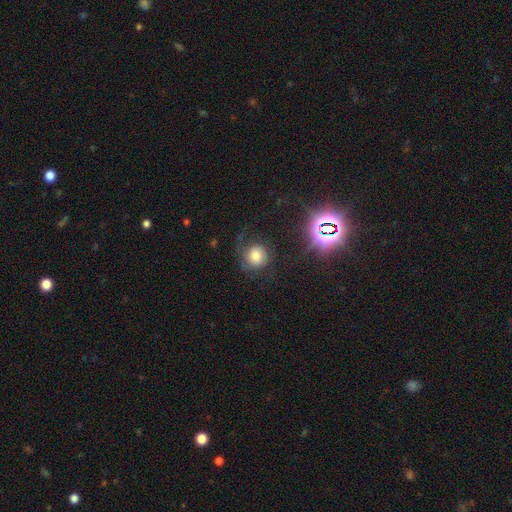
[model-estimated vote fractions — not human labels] Smooth or featured: smooth — 50% (featured or disk — 34%)
How rounded: round — 83% (in between — 16%)
Merging: none — 52% (major disturbance — 26%)